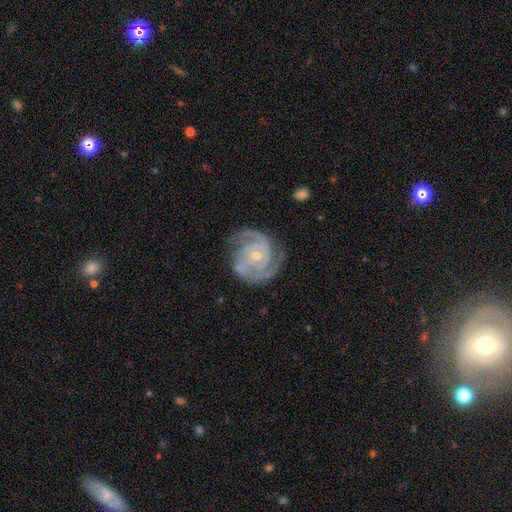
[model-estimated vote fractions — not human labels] Smooth or featured?
  - featured or disk: 92% *
  - star or artifact: 4%
  - smooth: 4%
Edge-on disk?
  - no: 98% *
  - yes: 2%
Bar?
  - no: 68% *
  - weak: 24%
  - strong: 8%
Spiral arms?
  - yes: 98% *
  - no: 2%
Spiral winding?
  - tight: 62% *
  - medium: 34%
  - loose: 4%
Spiral arm count?
  - 2: 71% *
  - 3: 17%
  - can't tell: 4%
  - 4: 3%
  - 1: 2%
  - more than 4: 2%
Bulge size?
  - small: 74% *
  - moderate: 23%
  - none: 2%
  - large: 1%
  - dominant: 1%
Merging?
  - none: 77% *
  - minor disturbance: 15%
  - major disturbance: 5%
  - merger: 2%